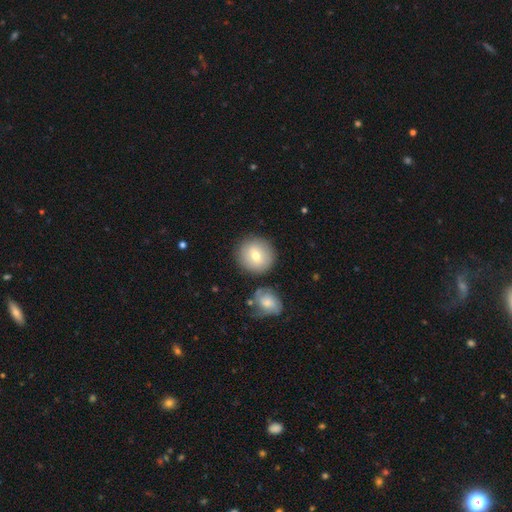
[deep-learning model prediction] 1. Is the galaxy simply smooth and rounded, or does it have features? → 74% smooth, 19% featured or disk, 7% star or artifact.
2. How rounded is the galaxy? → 92% round, 7% in between, 1% cigar-shaped.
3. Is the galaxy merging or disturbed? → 81% none, 9% minor disturbance, 8% merger, 3% major disturbance.